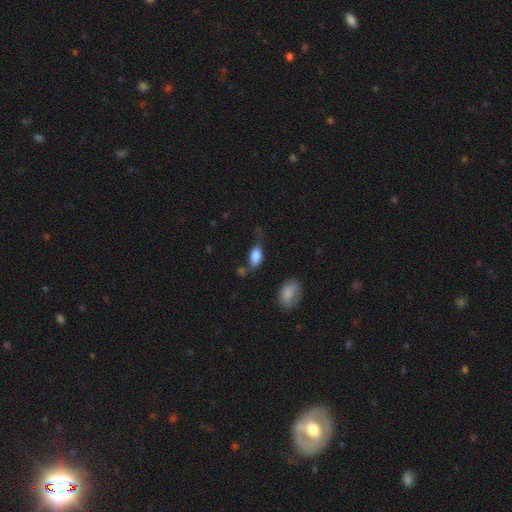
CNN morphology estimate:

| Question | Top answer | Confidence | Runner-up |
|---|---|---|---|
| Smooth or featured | smooth | 82% | featured or disk (10%) |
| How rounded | in between | 88% | cigar-shaped (6%) |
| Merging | none | 45% | minor disturbance (32%) |